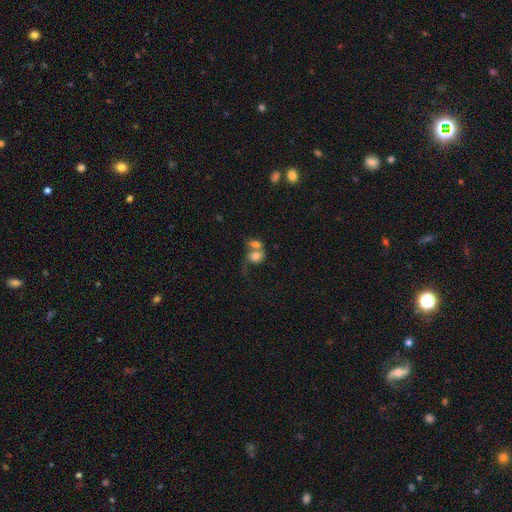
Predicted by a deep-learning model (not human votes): smooth 66%, featured or disk 24%, star or artifact 9%. Down the decision tree: how rounded — in between (51%); merging — merger (68%).